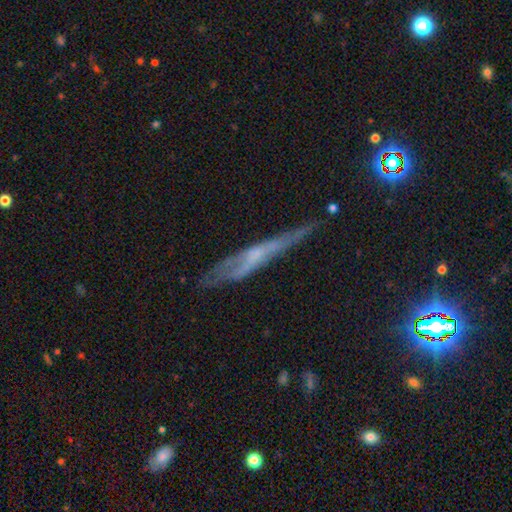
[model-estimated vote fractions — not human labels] Smooth or featured?
  - featured or disk: 60% *
  - smooth: 28%
  - star or artifact: 12%
Edge-on disk?
  - yes: 79% *
  - no: 21%
Merging?
  - none: 60% *
  - minor disturbance: 26%
  - major disturbance: 10%
  - merger: 3%